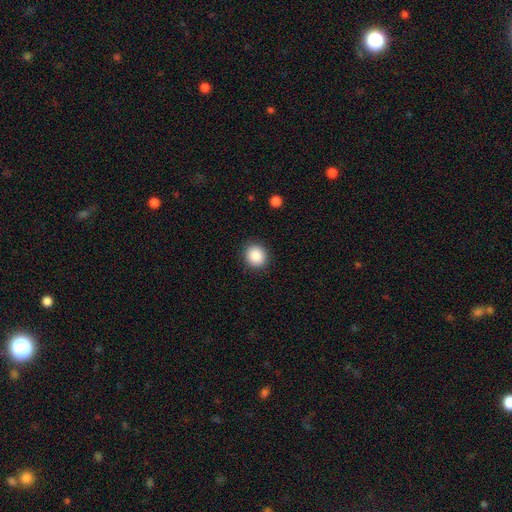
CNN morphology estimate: Smooth or featured: smooth — 88% (star or artifact — 8%)
How rounded: round — 82% (in between — 17%)
Merging: none — 90% (minor disturbance — 7%)